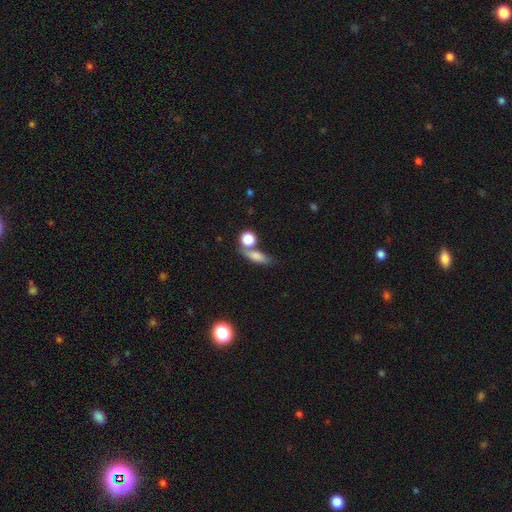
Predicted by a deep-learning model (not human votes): Q: Smooth or featured?
A: smooth (74%); runner-up: featured or disk (16%)
Q: How rounded?
A: in between (48%); runner-up: cigar-shaped (35%)
Q: Merging?
A: none (54%); runner-up: merger (25%)